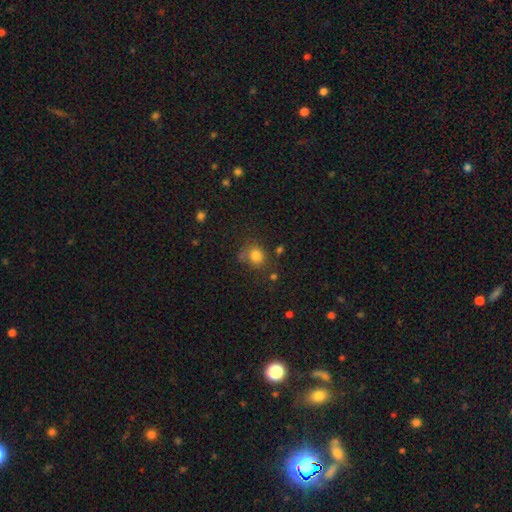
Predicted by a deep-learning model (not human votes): Overall: smooth (81%). How rounded: round (76%). Merging: none (66%).